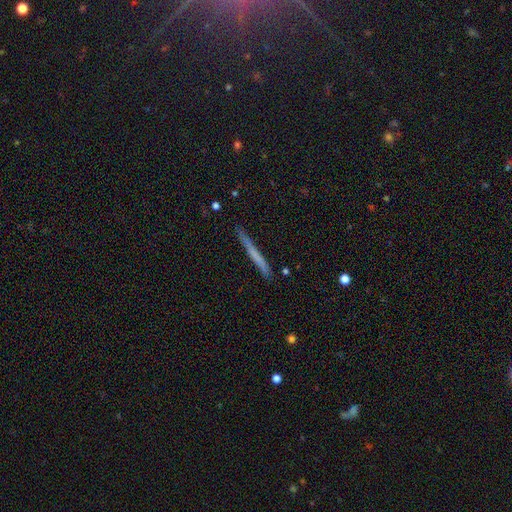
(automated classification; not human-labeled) Smooth or featured? Predicted: smooth (p=0.57). How rounded? Predicted: cigar-shaped (p=0.97). Merging? Predicted: none (p=0.87).